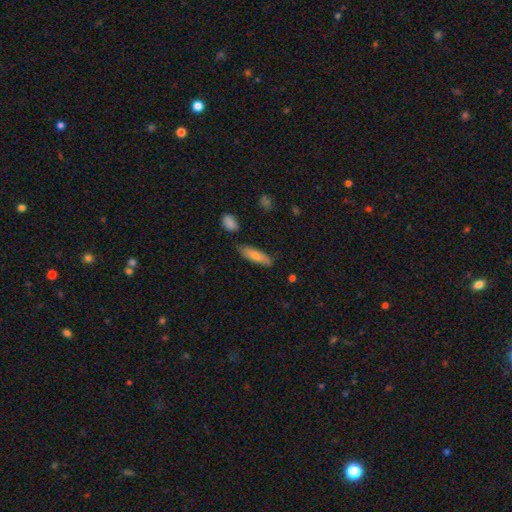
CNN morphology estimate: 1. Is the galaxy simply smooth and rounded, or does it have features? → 74% smooth, 20% featured or disk, 6% star or artifact.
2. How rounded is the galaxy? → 54% cigar-shaped, 44% in between, 2% round.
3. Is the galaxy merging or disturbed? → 72% none, 20% minor disturbance, 4% merger, 4% major disturbance.